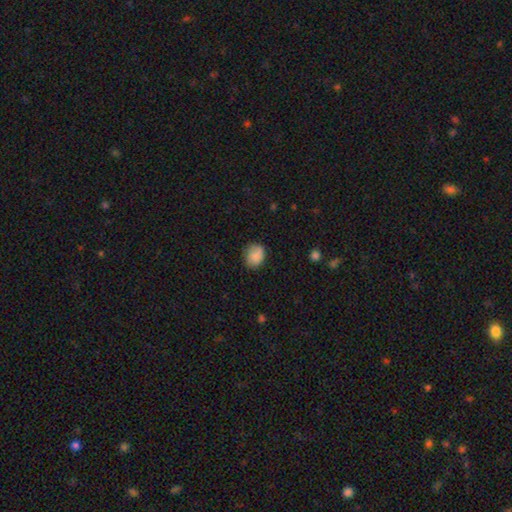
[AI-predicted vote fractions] Q: Smooth or featured?
A: smooth (81%); runner-up: featured or disk (11%)
Q: How rounded?
A: round (57%); runner-up: in between (42%)
Q: Merging?
A: none (71%); runner-up: minor disturbance (22%)